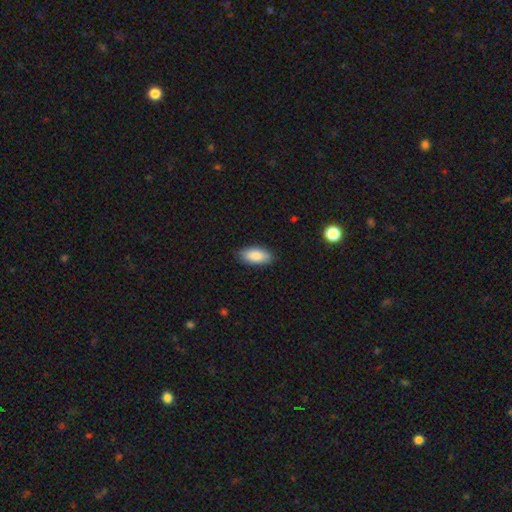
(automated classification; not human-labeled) smooth 88%, featured or disk 6%, star or artifact 6%. Down the decision tree: how rounded — in between (89%); merging — none (87%).